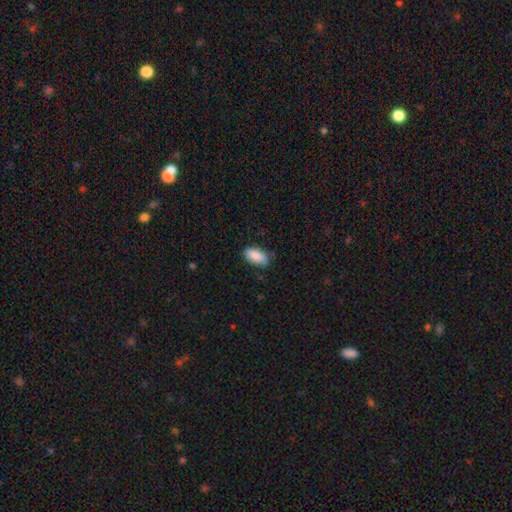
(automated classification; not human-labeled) Q: Smooth or featured?
A: smooth (89%); runner-up: star or artifact (7%)
Q: How rounded?
A: in between (92%); runner-up: cigar-shaped (5%)
Q: Merging?
A: none (80%); runner-up: minor disturbance (16%)